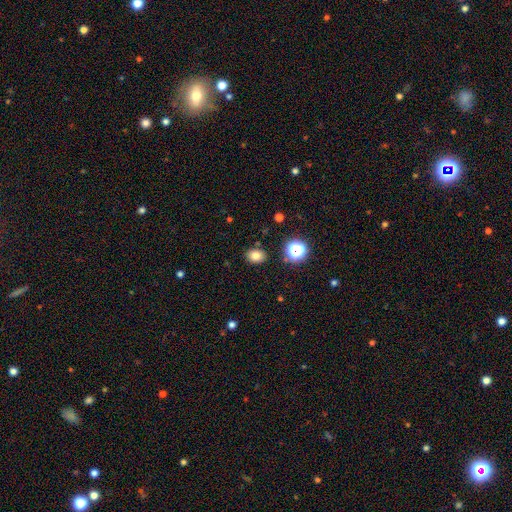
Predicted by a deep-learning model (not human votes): smooth 78%, star or artifact 15%, featured or disk 7%. Down the decision tree: how rounded — in between (56%); merging — none (86%).